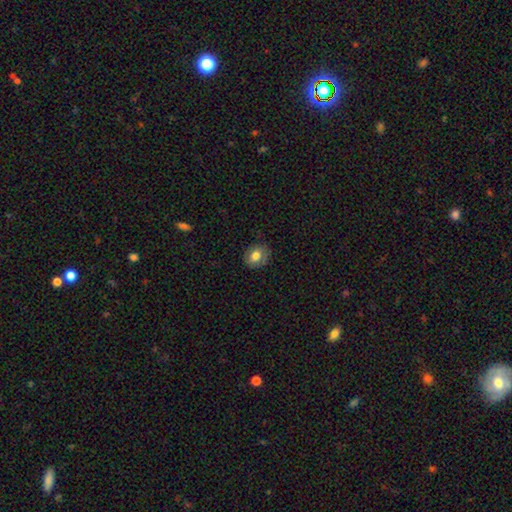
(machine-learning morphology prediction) Smooth or featured? smooth (73%)
How rounded? round (54%)
Merging? none (80%)